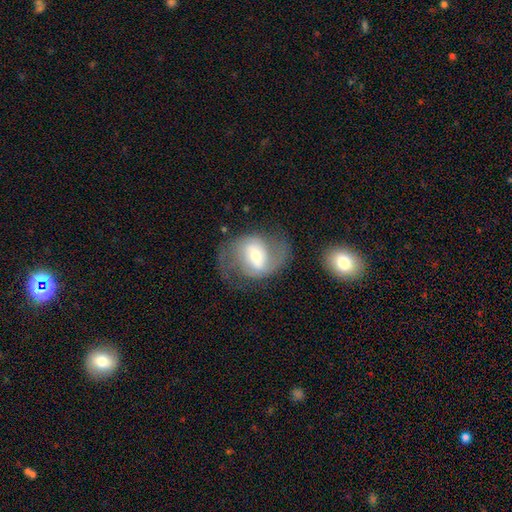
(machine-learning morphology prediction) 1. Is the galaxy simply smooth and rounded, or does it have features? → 77% featured or disk, 16% smooth, 7% star or artifact.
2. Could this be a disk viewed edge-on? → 97% no, 3% yes.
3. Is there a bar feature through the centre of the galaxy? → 45% weak, 34% strong, 21% no.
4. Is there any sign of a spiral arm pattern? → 91% yes, 9% no.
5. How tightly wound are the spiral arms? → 49% medium, 35% loose, 16% tight.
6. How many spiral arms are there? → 87% 2, 6% can't tell, 4% 1, 2% 3, 1% 4, 1% more than 4.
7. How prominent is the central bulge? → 54% moderate, 35% small, 8% large, 2% dominant, 1% none.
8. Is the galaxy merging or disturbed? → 64% none, 17% minor disturbance, 16% major disturbance, 3% merger.